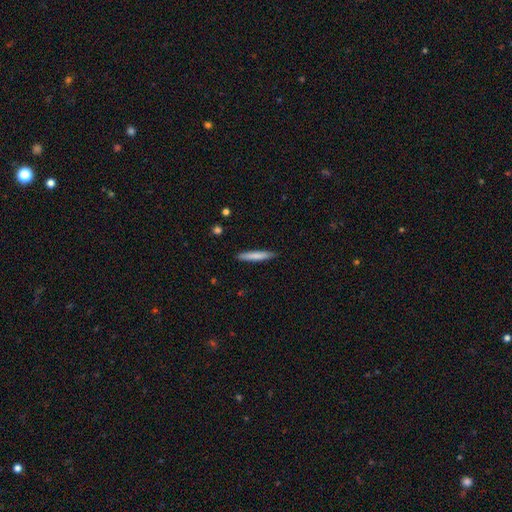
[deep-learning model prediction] The model was most divided on "smooth or featured": smooth: 77%, featured or disk: 18%, star or artifact: 5%. More confident: how rounded — cigar-shaped (93%); merging — none (89%).